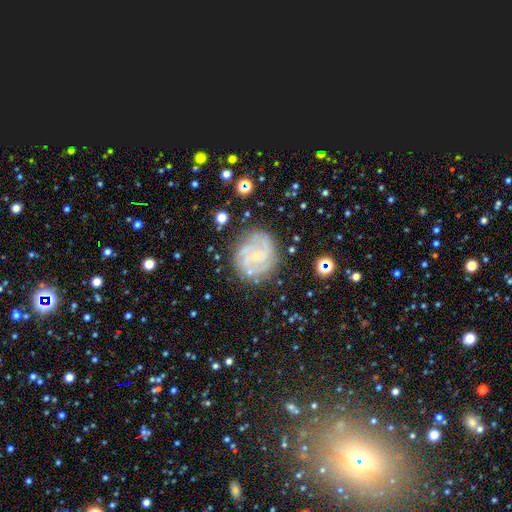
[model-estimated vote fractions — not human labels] The model was most divided on "spiral arm count": 2: 31%, 3: 25%, can't tell: 25%, 4: 9%, more than 4: 5%, 1: 5%. More confident: edge-on disk — no (98%); spiral arms — yes (94%); smooth or featured — featured or disk (81%); merging — none (75%); bulge size — small (74%); bar — no (63%); spiral winding — tight (52%).